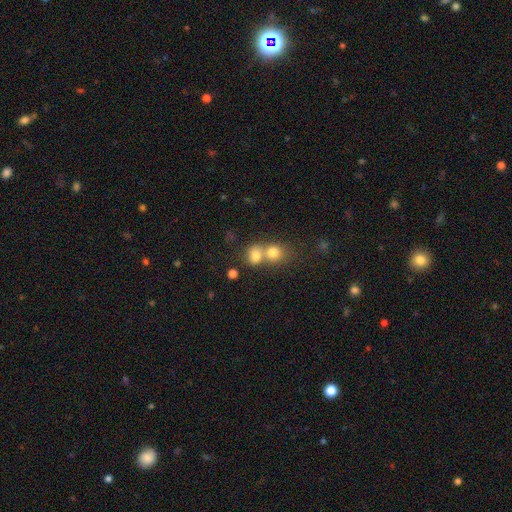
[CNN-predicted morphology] A smooth galaxy with no disk features (77%) that is round (67%).

Vote fractions:
- Smooth or featured? smooth: 77% / star or artifact: 13% / featured or disk: 11%
- How rounded? round: 67% / in between: 32% / cigar-shaped: 1%
- Merging? merger: 60% / none: 31% / minor disturbance: 6% / major disturbance: 3%